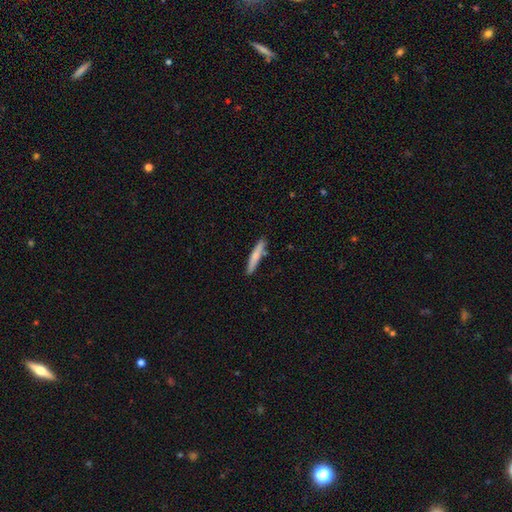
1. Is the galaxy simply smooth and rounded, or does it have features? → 69% smooth, 28% featured or disk, 3% star or artifact.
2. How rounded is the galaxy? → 89% cigar-shaped, 7% in between, 4% round.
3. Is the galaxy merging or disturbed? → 74% none, 13% minor disturbance, 8% merger, 5% major disturbance.